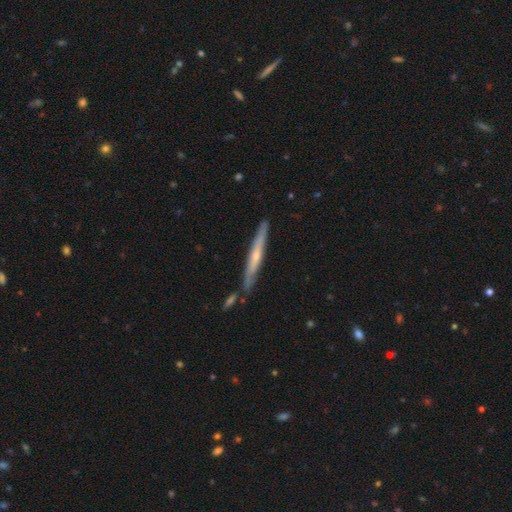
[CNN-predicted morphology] A featured or disk galaxy (58%) viewed edge-on (91%) with a rounded central bulge (53%).

Vote fractions:
- Smooth or featured? featured or disk: 58% / smooth: 37% / star or artifact: 6%
- Edge-on disk? yes: 91% / no: 9%
- Edge-on bulge? rounded: 53% / none: 43% / boxy: 4%
- Merging? none: 78% / minor disturbance: 13% / merger: 7% / major disturbance: 2%